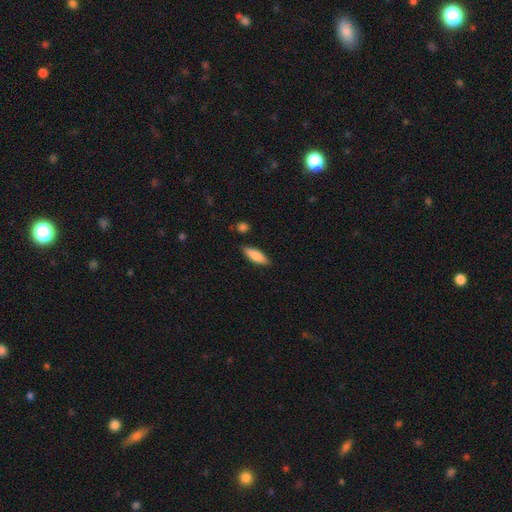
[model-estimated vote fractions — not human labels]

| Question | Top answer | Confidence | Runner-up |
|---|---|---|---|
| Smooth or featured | smooth | 81% | featured or disk (13%) |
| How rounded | in between | 54% | cigar-shaped (45%) |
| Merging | none | 85% | minor disturbance (11%) |